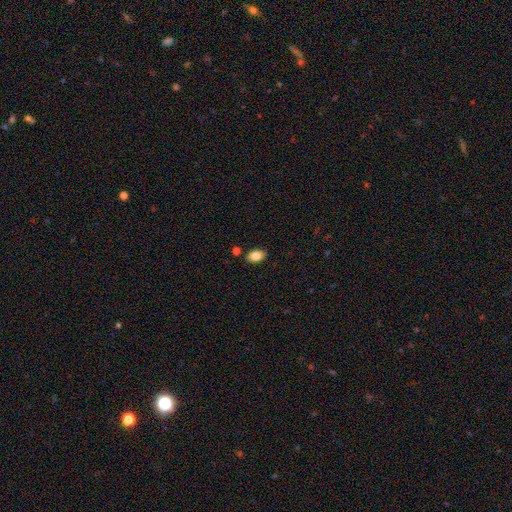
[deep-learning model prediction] Q: Smooth or featured?
A: smooth (83%); runner-up: featured or disk (9%)
Q: How rounded?
A: in between (90%); runner-up: round (8%)
Q: Merging?
A: none (85%); runner-up: minor disturbance (10%)